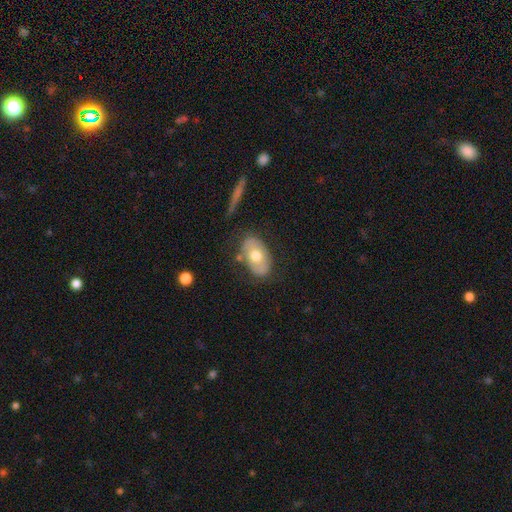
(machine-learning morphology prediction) This is possibly a smooth galaxy (59%). How rounded: clearly in between (88%). Merging: likely none (74%).